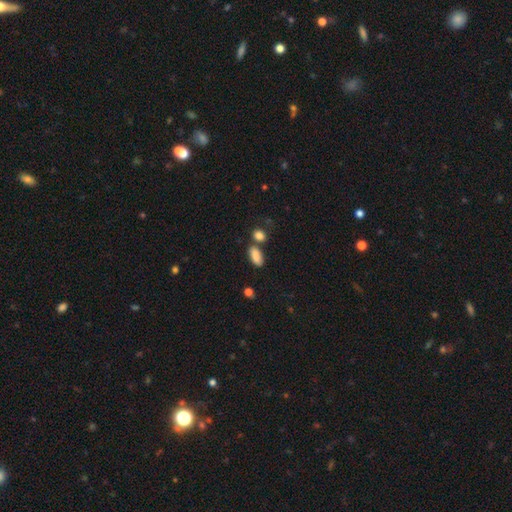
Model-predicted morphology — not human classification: type=smooth (87%); roundness=in between (88%); merging=none (65%).